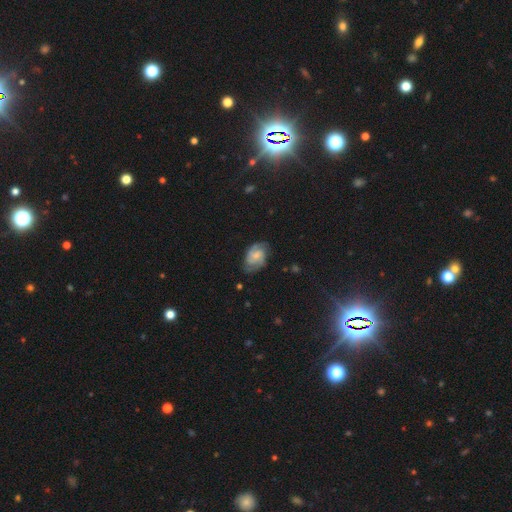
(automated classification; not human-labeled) Smooth or featured?
  - featured or disk: 62% *
  - smooth: 29%
  - star or artifact: 8%
Edge-on disk?
  - no: 97% *
  - yes: 3%
Bar?
  - no: 51% *
  - weak: 40%
  - strong: 8%
Spiral arms?
  - yes: 89% *
  - no: 11%
Spiral winding?
  - medium: 46% *
  - tight: 37%
  - loose: 17%
Spiral arm count?
  - 2: 60% *
  - can't tell: 20%
  - 3: 11%
  - 1: 4%
  - 4: 3%
  - more than 4: 2%
Bulge size?
  - small: 40% *
  - moderate: 29%
  - none: 23%
  - large: 7%
  - dominant: 2%
Merging?
  - none: 62% *
  - minor disturbance: 25%
  - major disturbance: 11%
  - merger: 2%